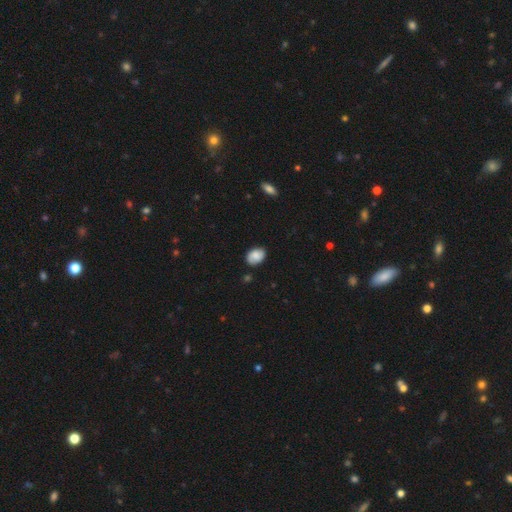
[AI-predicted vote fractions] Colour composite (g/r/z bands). It shows a smooth galaxy with no disk features (79%) that is in between round and cigar-shaped (71%). Merging: none (79%).